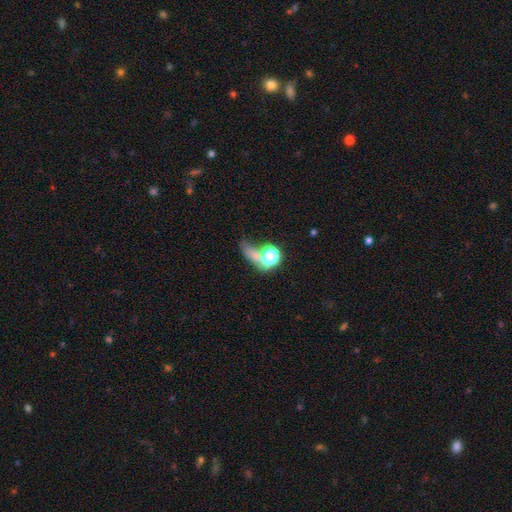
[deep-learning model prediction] A smooth galaxy with no disk features (56%) that is in between round and cigar-shaped (47%).

Vote fractions:
- Smooth or featured? smooth: 56% / star or artifact: 30% / featured or disk: 14%
- How rounded? in between: 47% / round: 44% / cigar-shaped: 9%
- Merging? none: 37% / major disturbance: 24% / merger: 22% / minor disturbance: 16%